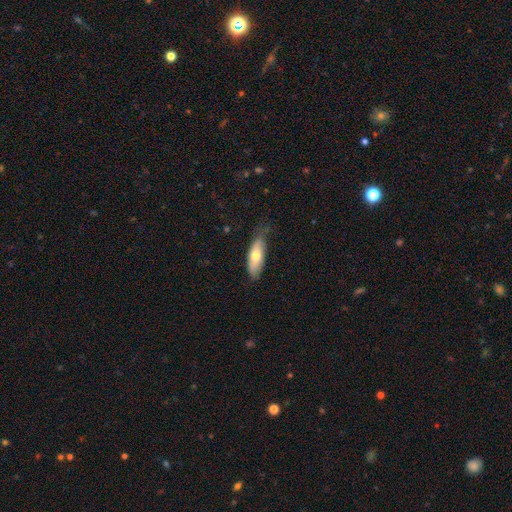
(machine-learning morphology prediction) Q: Smooth or featured?
A: smooth (69%); runner-up: featured or disk (25%)
Q: How rounded?
A: in between (66%); runner-up: cigar-shaped (32%)
Q: Merging?
A: none (63%); runner-up: minor disturbance (29%)